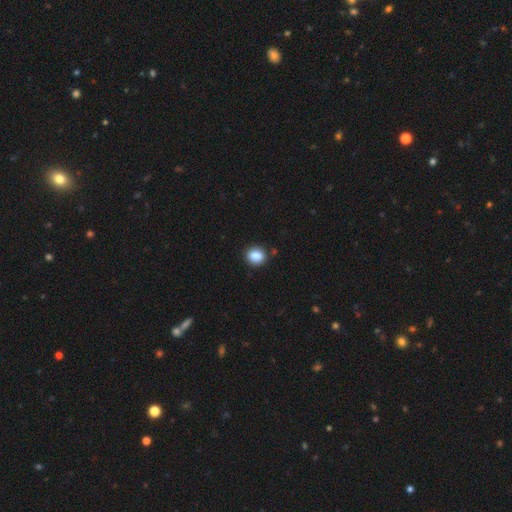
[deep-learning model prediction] smooth_or_featured: smooth (p=0.87) [alt: star or artifact p=0.09]
how_rounded: round (p=0.63) [alt: in between p=0.36]
merging: none (p=0.87) [alt: minor disturbance p=0.09]